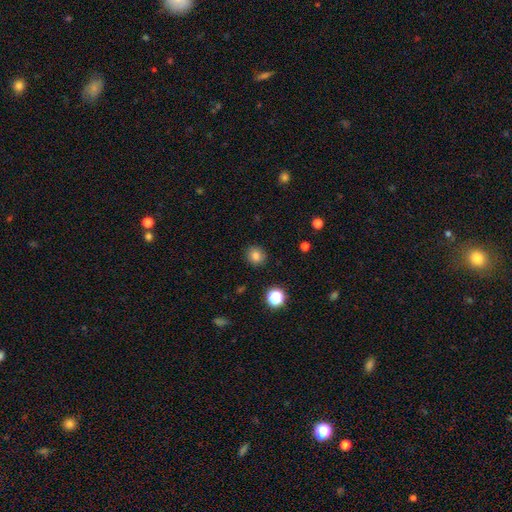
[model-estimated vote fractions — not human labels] This appears to be a smooth galaxy with no disk features (81%) that is round (87%). Merging: none (89%).